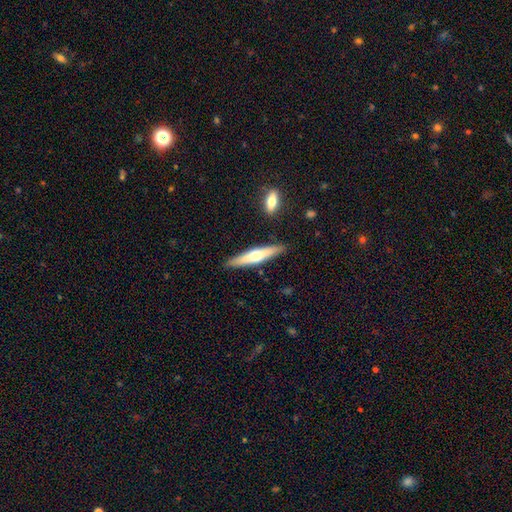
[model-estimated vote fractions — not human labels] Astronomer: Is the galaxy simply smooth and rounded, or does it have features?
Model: featured or disk — 52% (runner-up: smooth, 42%).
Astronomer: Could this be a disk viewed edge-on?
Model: yes — 94%.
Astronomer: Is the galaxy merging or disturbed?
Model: none — 87%.